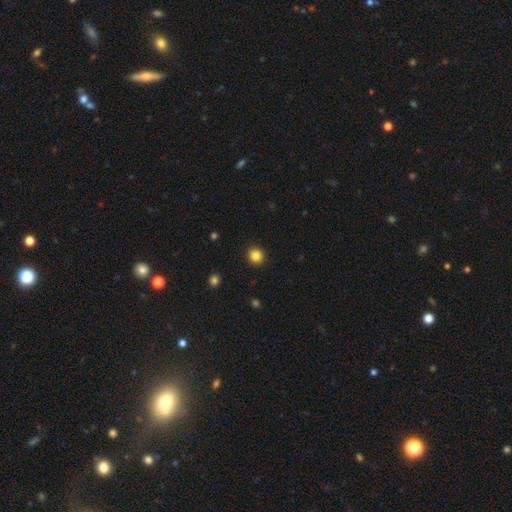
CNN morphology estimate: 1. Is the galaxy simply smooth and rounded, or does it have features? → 84% smooth, 11% star or artifact, 4% featured or disk.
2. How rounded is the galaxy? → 92% round, 7% in between, 1% cigar-shaped.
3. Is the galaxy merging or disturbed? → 92% none, 5% minor disturbance, 2% major disturbance, 1% merger.